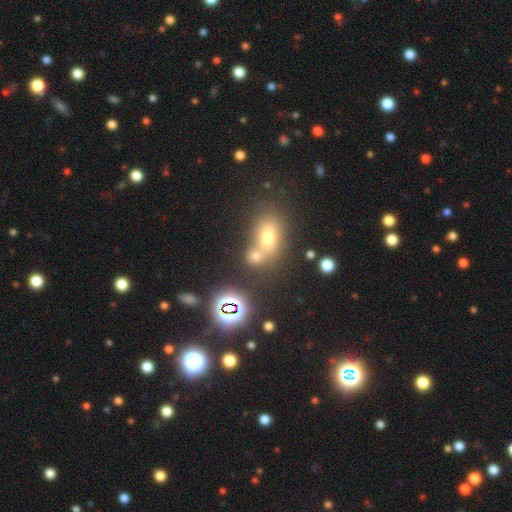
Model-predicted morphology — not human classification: Smooth or featured? smooth (62%)
How rounded? in between (53%)
Merging? merger (49%)